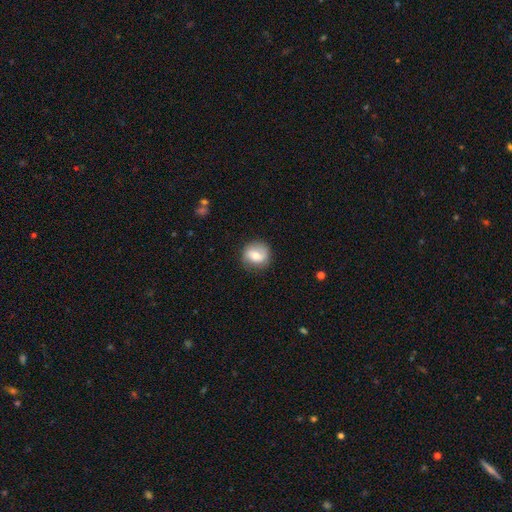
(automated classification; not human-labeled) Smooth or featured? smooth (60%)
How rounded? round (84%)
Merging? none (83%)